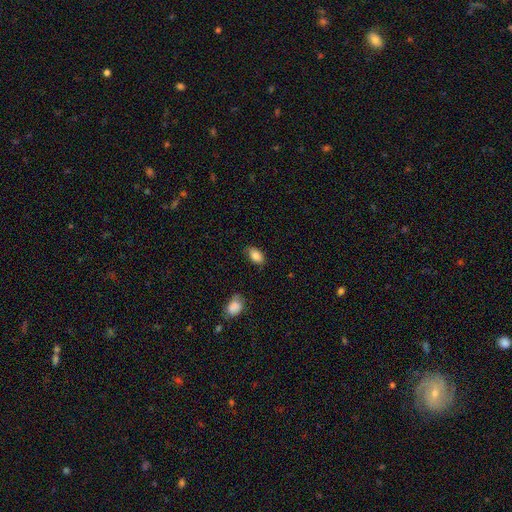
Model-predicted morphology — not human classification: Smooth or featured?
  - smooth: 86% *
  - star or artifact: 8%
  - featured or disk: 7%
How rounded?
  - in between: 91% *
  - round: 7%
  - cigar-shaped: 2%
Merging?
  - none: 81% *
  - minor disturbance: 15%
  - major disturbance: 3%
  - merger: 2%